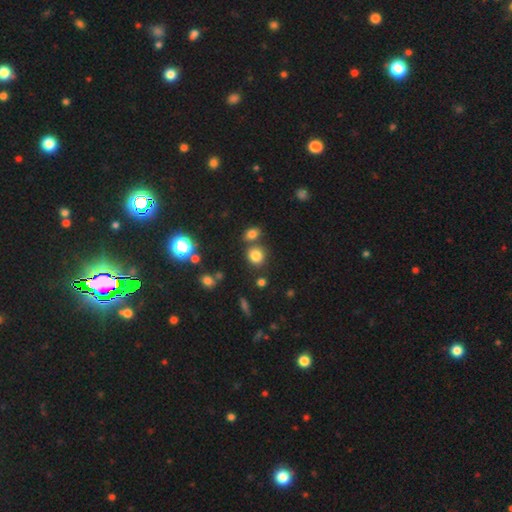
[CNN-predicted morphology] Smooth or featured? Predicted: smooth (p=0.78). How rounded? Predicted: round (p=0.81). Merging? Predicted: none (p=0.68).